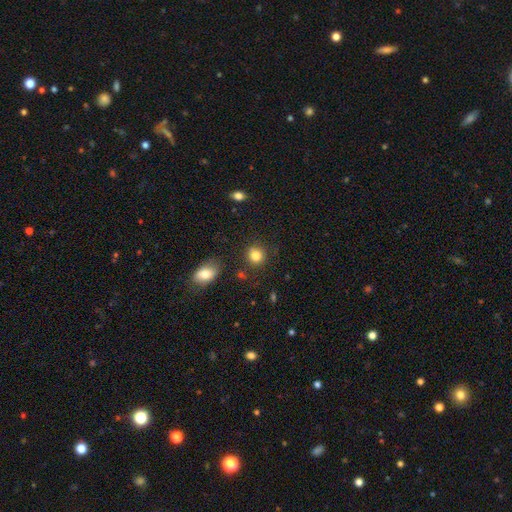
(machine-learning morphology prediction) This is clearly a smooth galaxy (83%). How rounded: clearly round (83%). Merging: clearly none (82%).